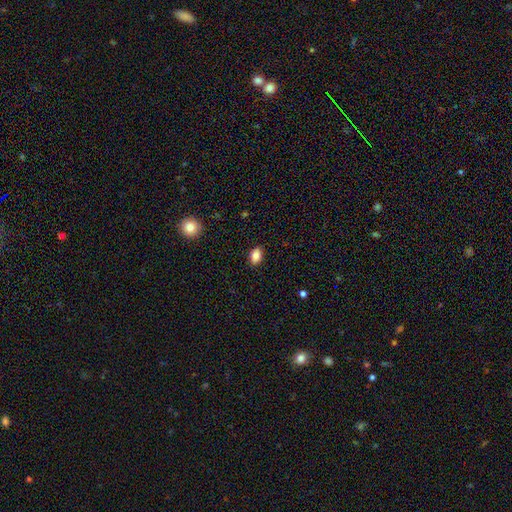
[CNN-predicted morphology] This appears to be a smooth galaxy with no disk features (84%) that is in between round and cigar-shaped (83%). Merging: none (87%).